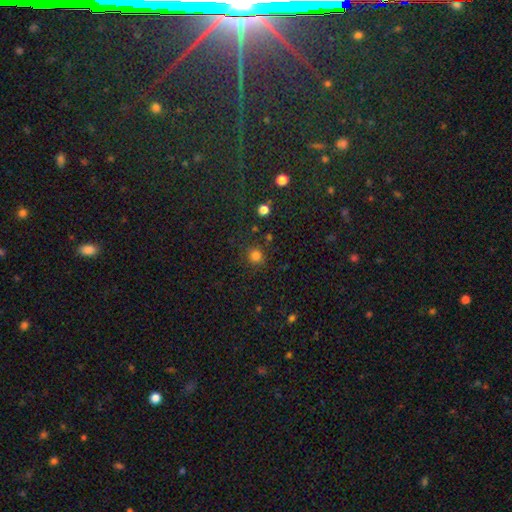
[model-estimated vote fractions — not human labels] The model was most divided on "smooth or featured": smooth: 80%, star or artifact: 15%, featured or disk: 5%. More confident: how rounded — round (89%); merging — none (84%).